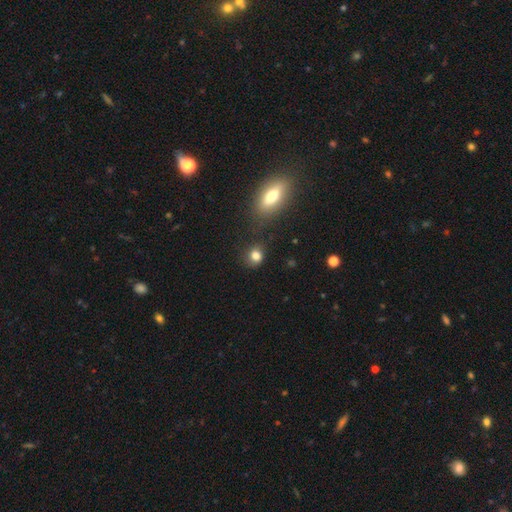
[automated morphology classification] Smooth or featured? smooth (82%)
How rounded? round (69%)
Merging? none (70%)